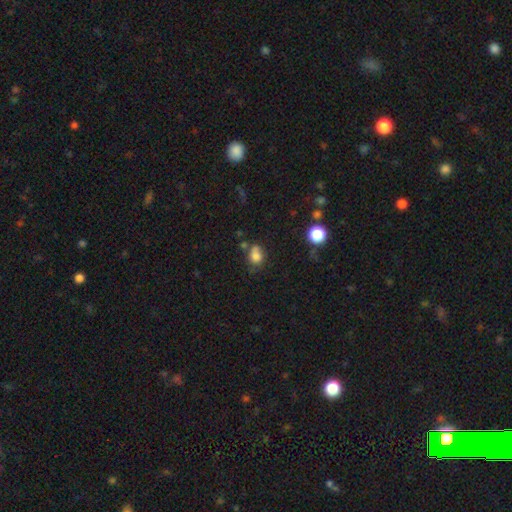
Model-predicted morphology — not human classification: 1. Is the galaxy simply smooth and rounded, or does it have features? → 78% smooth, 13% star or artifact, 9% featured or disk.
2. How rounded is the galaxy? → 54% in between, 44% round, 1% cigar-shaped.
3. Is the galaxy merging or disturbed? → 50% none, 25% minor disturbance, 15% merger, 10% major disturbance.